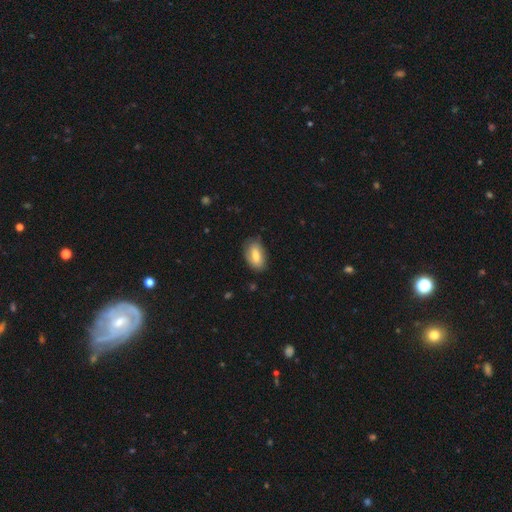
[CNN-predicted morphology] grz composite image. It shows a smooth galaxy with no disk features (77%) that is in between round and cigar-shaped (92%). Merging: none (75%).